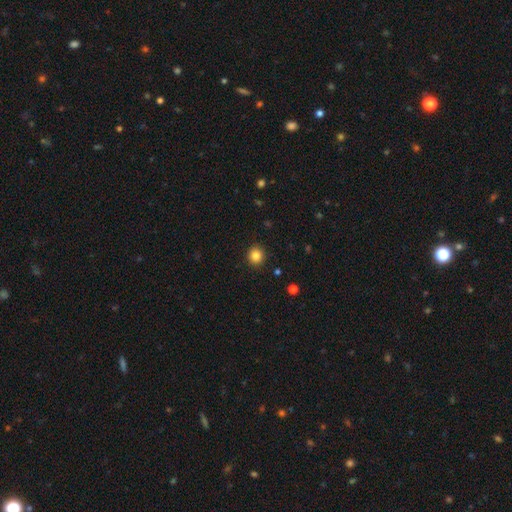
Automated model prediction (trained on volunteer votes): Smooth or featured? Predicted: smooth (p=0.85). How rounded? Predicted: round (p=0.89). Merging? Predicted: none (p=0.91).